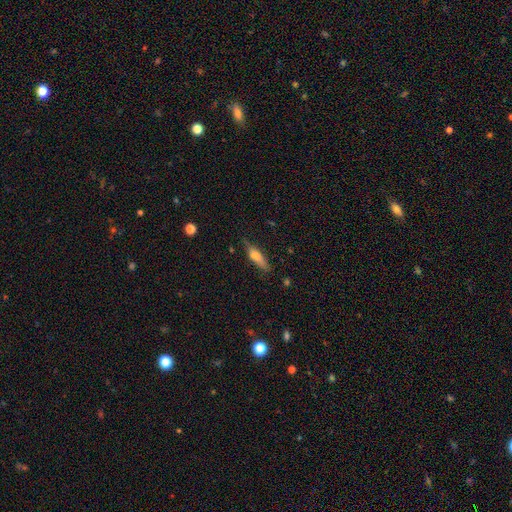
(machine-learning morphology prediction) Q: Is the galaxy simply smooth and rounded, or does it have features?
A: smooth — 61%.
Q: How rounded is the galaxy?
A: cigar-shaped — 66%.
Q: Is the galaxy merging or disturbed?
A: none — 71%.